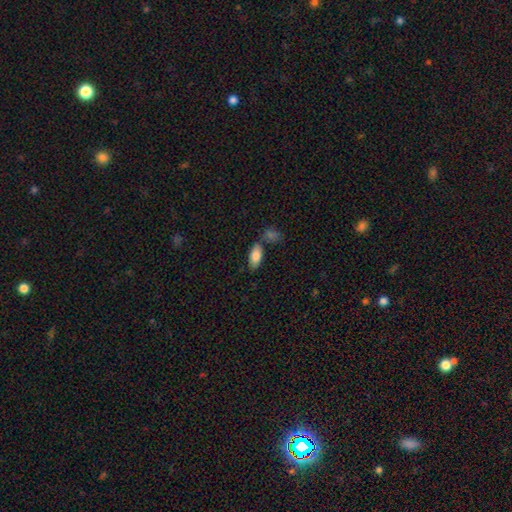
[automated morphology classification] Overall: smooth (83%). How rounded: in between (88%). Merging: none (70%).